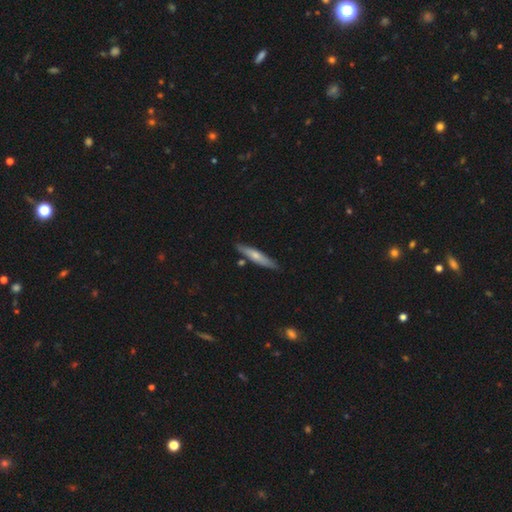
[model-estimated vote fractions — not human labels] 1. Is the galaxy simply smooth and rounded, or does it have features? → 58% smooth, 36% featured or disk, 5% star or artifact.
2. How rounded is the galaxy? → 88% cigar-shaped, 10% in between, 2% round.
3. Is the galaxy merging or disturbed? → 82% none, 12% minor disturbance, 5% merger, 2% major disturbance.